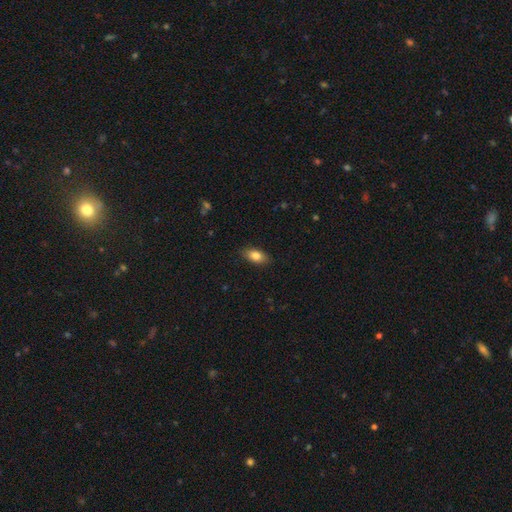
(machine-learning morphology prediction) This is clearly a smooth galaxy (83%). How rounded: clearly in between (88%). Merging: clearly none (86%).